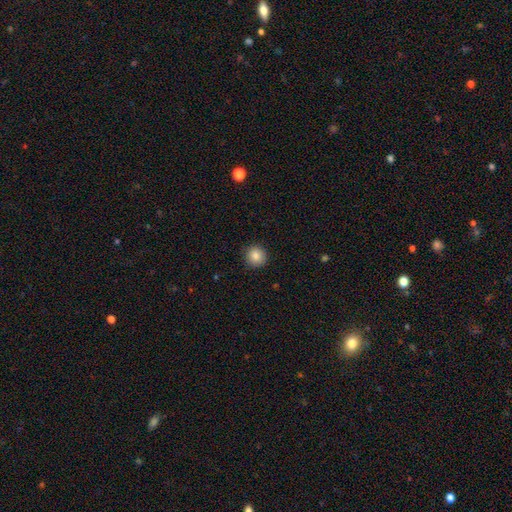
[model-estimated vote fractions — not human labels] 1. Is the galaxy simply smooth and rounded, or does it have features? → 85% smooth, 9% star or artifact, 6% featured or disk.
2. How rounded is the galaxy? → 94% round, 5% in between, 1% cigar-shaped.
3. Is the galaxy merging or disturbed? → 91% none, 6% minor disturbance, 2% major disturbance, 1% merger.